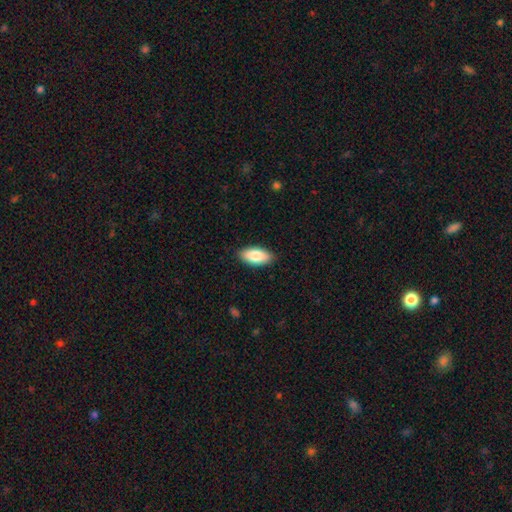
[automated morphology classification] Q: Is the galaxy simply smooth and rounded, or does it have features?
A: smooth — 84%.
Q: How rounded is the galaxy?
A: in between — 91%.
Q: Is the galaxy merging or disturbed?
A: none — 88%.